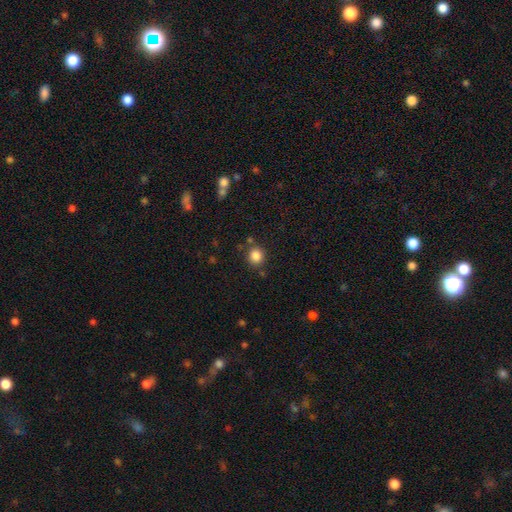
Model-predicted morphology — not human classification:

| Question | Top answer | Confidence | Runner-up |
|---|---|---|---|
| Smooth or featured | smooth | 85% | star or artifact (11%) |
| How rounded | round | 88% | in between (11%) |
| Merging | none | 82% | minor disturbance (9%) |